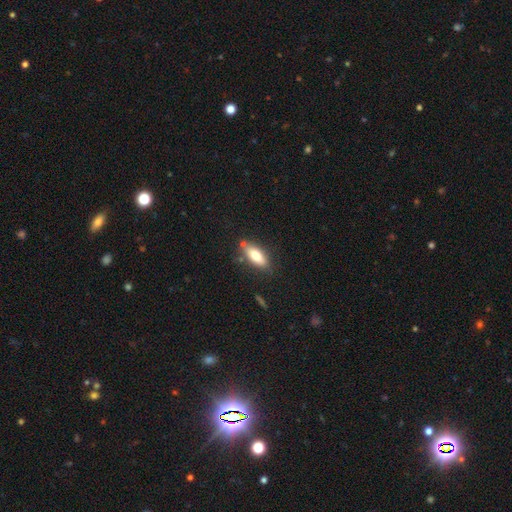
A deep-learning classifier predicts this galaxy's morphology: This appears to be a smooth galaxy with no disk features (78%) that is in between round and cigar-shaped (78%). Merging: none (77%).